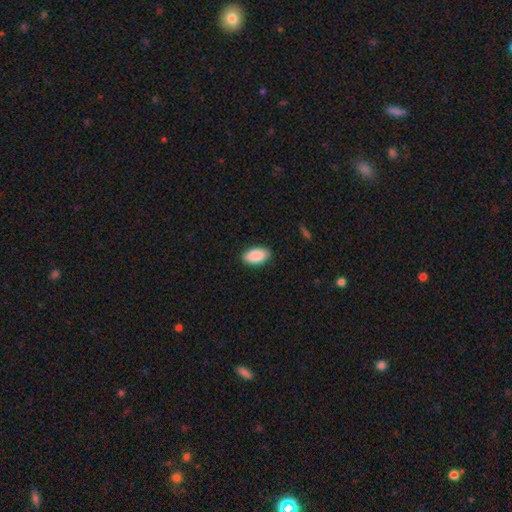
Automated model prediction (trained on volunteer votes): Smooth or featured: smooth — 90% (star or artifact — 6%)
How rounded: in between — 94% (round — 3%)
Merging: none — 87% (minor disturbance — 10%)